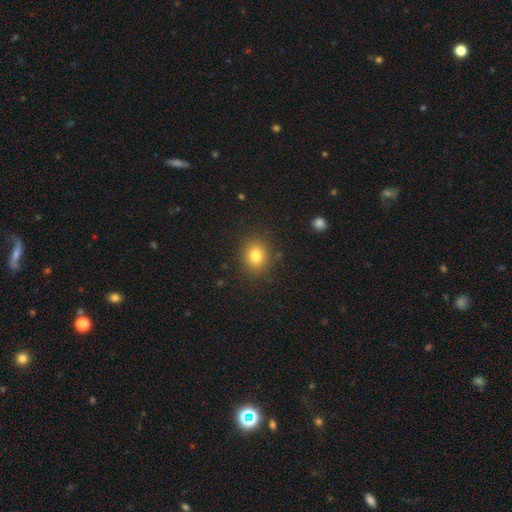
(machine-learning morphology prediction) This is clearly a smooth galaxy (81%). How rounded: likely round (62%). Merging: clearly none (86%).